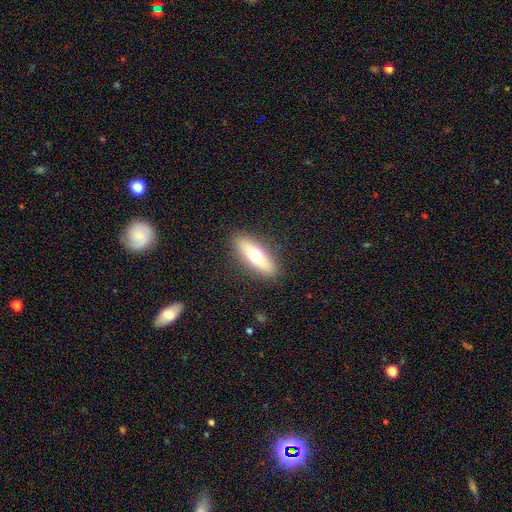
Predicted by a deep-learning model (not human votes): The model was most divided on "how rounded": cigar-shaped: 52%, in between: 46%, round: 3%. More confident: merging — none (88%); smooth or featured — smooth (61%).